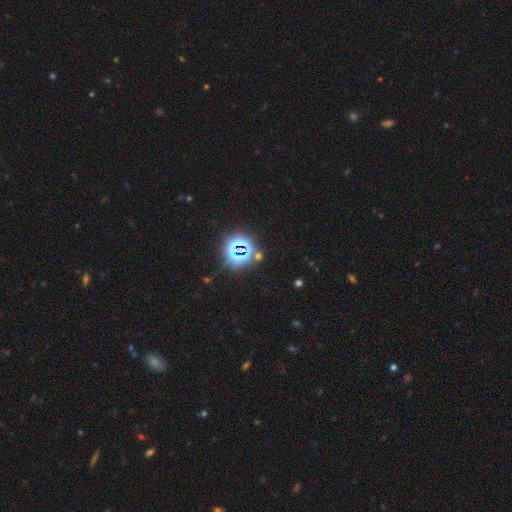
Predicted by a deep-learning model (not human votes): This is likely a star or artifact rather than a galaxy (77%).